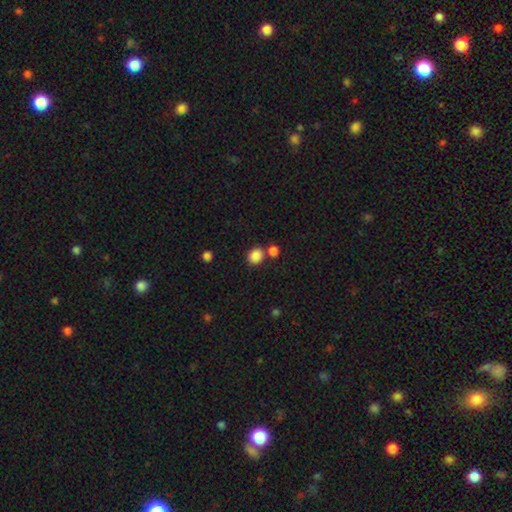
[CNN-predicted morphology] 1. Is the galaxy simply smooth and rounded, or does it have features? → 86% smooth, 9% star or artifact, 4% featured or disk.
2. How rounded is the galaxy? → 72% round, 27% in between, 1% cigar-shaped.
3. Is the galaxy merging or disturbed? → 67% none, 21% merger, 9% minor disturbance, 3% major disturbance.